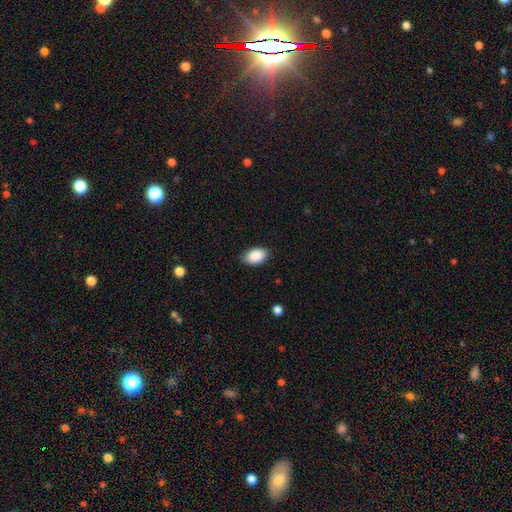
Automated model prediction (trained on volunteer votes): smooth_or_featured: smooth (p=0.89) [alt: star or artifact p=0.07]
how_rounded: in between (p=0.92) [alt: round p=0.07]
merging: none (p=0.82) [alt: minor disturbance p=0.14]